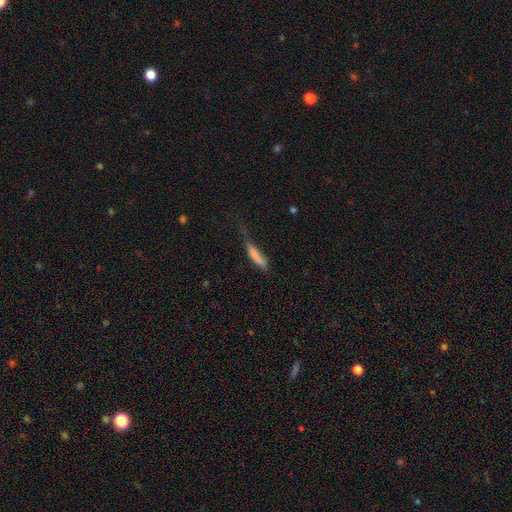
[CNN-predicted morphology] Smooth or featured?
  - smooth: 76% *
  - featured or disk: 17%
  - star or artifact: 7%
How rounded?
  - cigar-shaped: 81% *
  - in between: 17%
  - round: 2%
Merging?
  - minor disturbance: 33% * (tied)
  - none: 33% * (tied)
  - major disturbance: 29%
  - merger: 5%